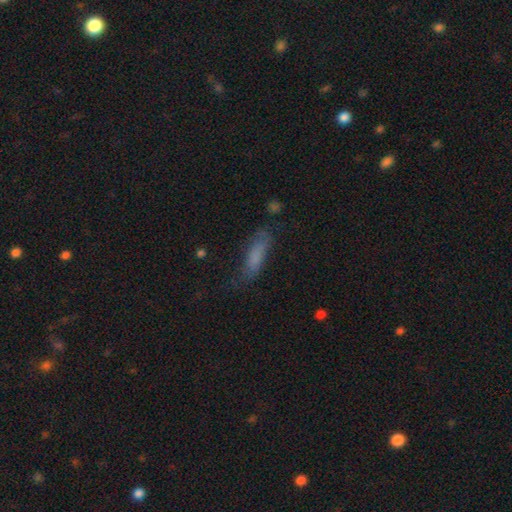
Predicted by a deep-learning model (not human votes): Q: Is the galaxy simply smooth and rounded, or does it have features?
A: smooth — 71%.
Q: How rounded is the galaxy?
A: cigar-shaped — 54%.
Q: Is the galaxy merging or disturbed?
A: none — 58%.